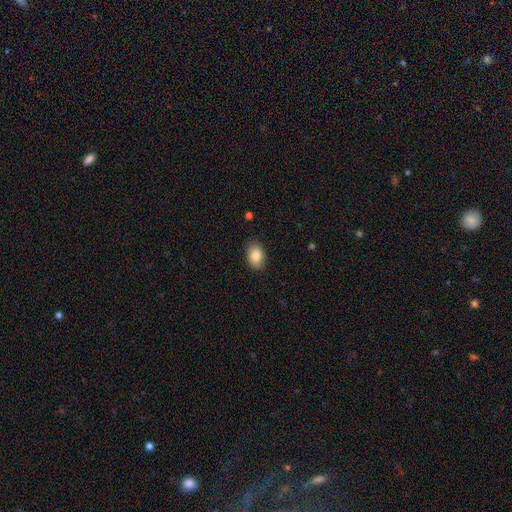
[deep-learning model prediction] Q: Smooth or featured?
A: smooth (85%); runner-up: star or artifact (7%)
Q: How rounded?
A: in between (86%); runner-up: round (13%)
Q: Merging?
A: none (88%); runner-up: minor disturbance (9%)